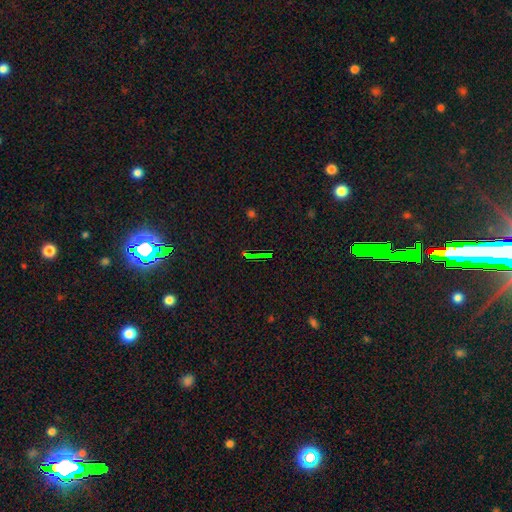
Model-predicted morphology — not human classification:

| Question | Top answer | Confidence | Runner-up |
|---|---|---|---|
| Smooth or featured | star or artifact | 68% | smooth (17%) |